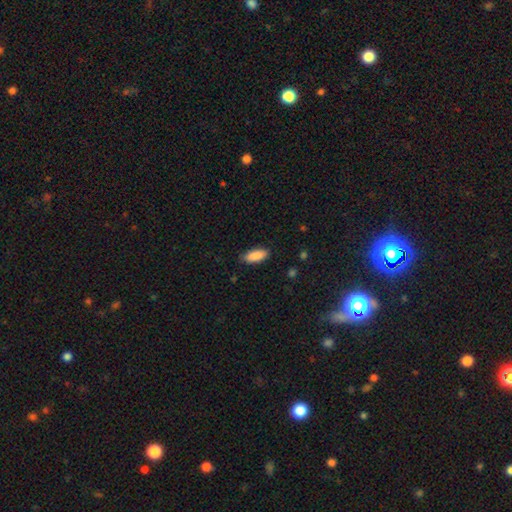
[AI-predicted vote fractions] Smooth or featured? smooth (89%)
How rounded? in between (78%)
Merging? none (85%)